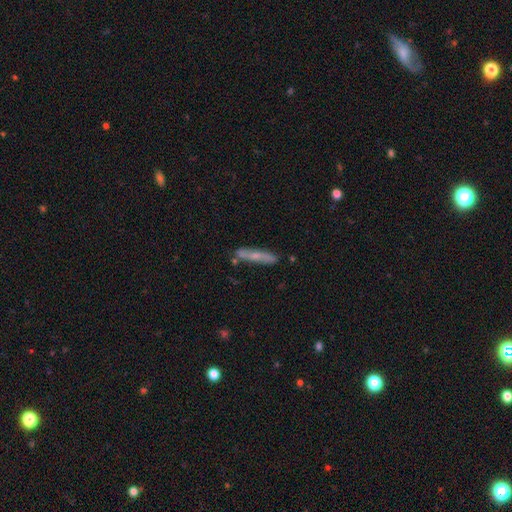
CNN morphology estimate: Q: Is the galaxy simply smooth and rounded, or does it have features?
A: smooth — 50%.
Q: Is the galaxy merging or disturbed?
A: none — 77%.